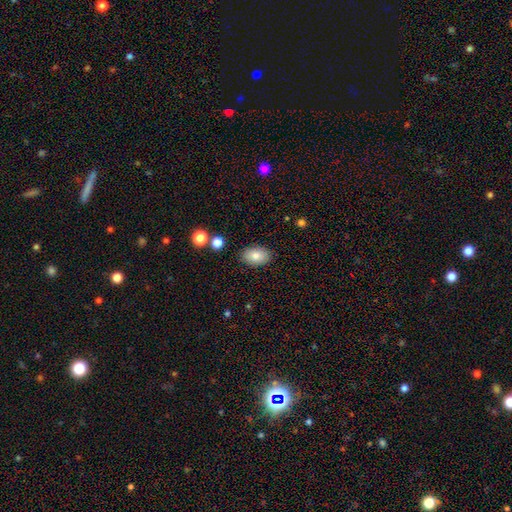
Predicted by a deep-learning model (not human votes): Overall: smooth (82%). How rounded: in between (88%). Merging: none (86%).